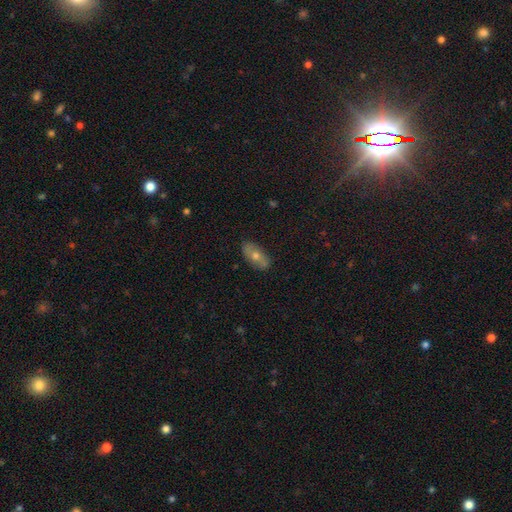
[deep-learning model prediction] Smooth or featured? smooth (48%)
Merging? none (86%)